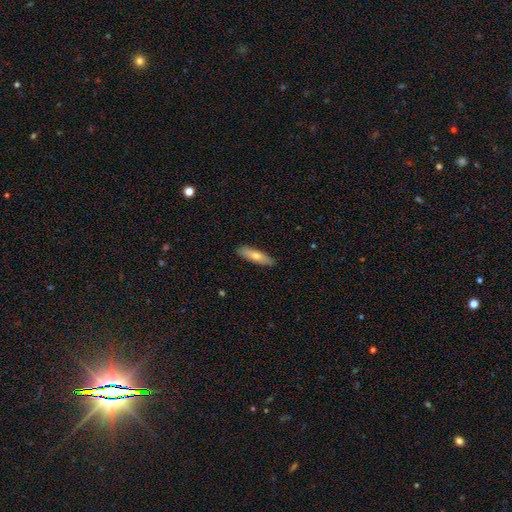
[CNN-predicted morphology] Q: Smooth or featured?
A: smooth (65%); runner-up: featured or disk (29%)
Q: How rounded?
A: cigar-shaped (70%); runner-up: in between (28%)
Q: Merging?
A: none (90%); runner-up: minor disturbance (8%)